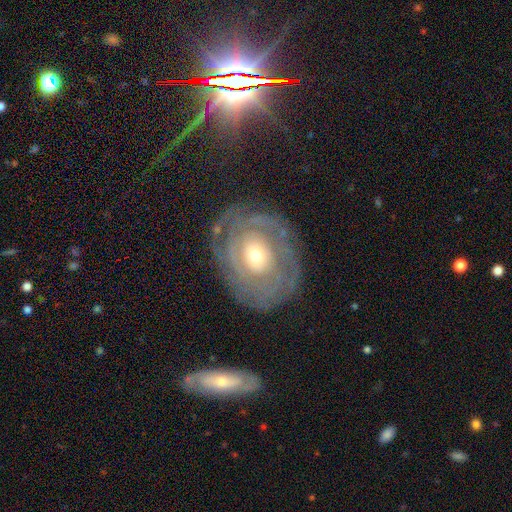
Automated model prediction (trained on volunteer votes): A featured or disk galaxy (77%) with no bar (78%), tight (77%) spiral arms (75%) and a moderate central bulge (53%). Merging: none (75%).